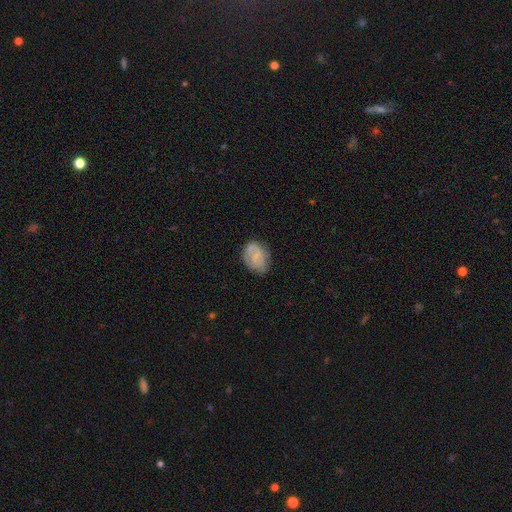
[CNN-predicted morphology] Smooth or featured: smooth — 55% (featured or disk — 37%)
How rounded: in between — 66% (round — 33%)
Merging: none — 64% (minor disturbance — 26%)